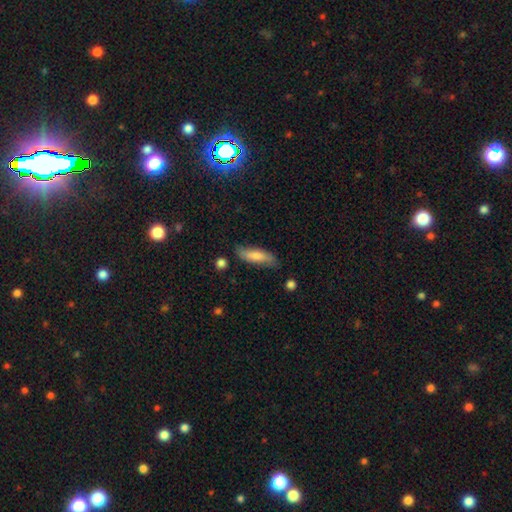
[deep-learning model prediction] smooth 75%, featured or disk 19%, star or artifact 6%. Down the decision tree: how rounded — cigar-shaped (54%); merging — none (75%).